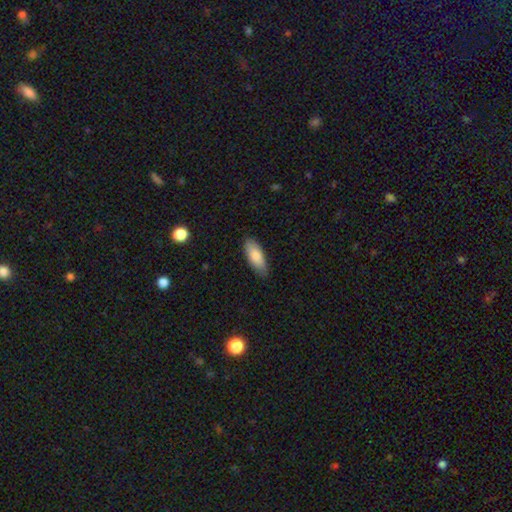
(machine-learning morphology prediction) Smooth or featured: smooth — 83% (featured or disk — 11%)
How rounded: in between — 77% (cigar-shaped — 21%)
Merging: none — 79% (minor disturbance — 17%)